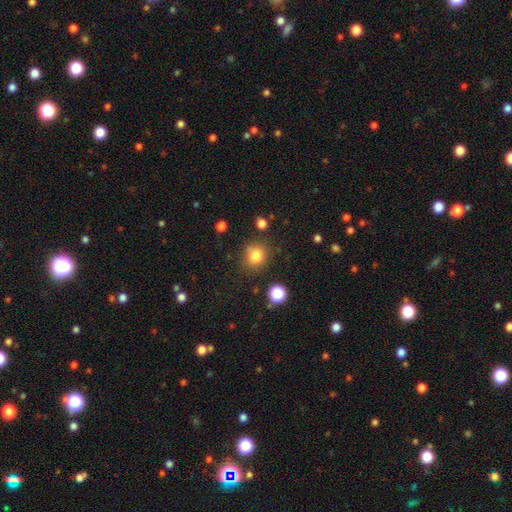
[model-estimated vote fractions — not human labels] A smooth galaxy with no disk features (81%) that is round (77%).

Vote fractions:
- Smooth or featured? smooth: 81% / star or artifact: 13% / featured or disk: 6%
- How rounded? round: 77% / in between: 22% / cigar-shaped: 1%
- Merging? none: 77% / minor disturbance: 14% / merger: 5% / major disturbance: 4%